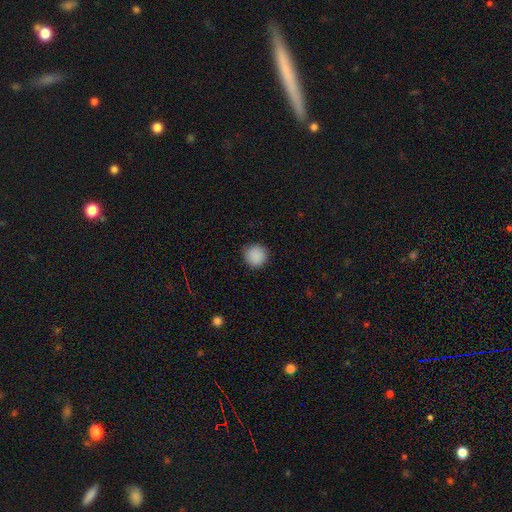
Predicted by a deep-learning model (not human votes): This is clearly a smooth galaxy (89%). How rounded: clearly round (95%). Merging: clearly none (90%).